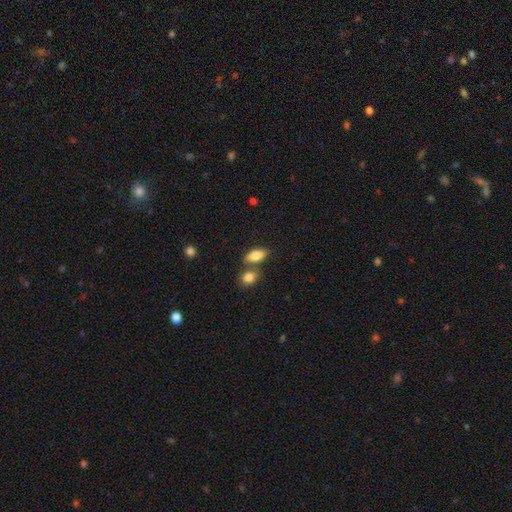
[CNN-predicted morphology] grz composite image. It shows a smooth galaxy with no disk features (80%) that is in between round and cigar-shaped (84%). Merging: none (56%).